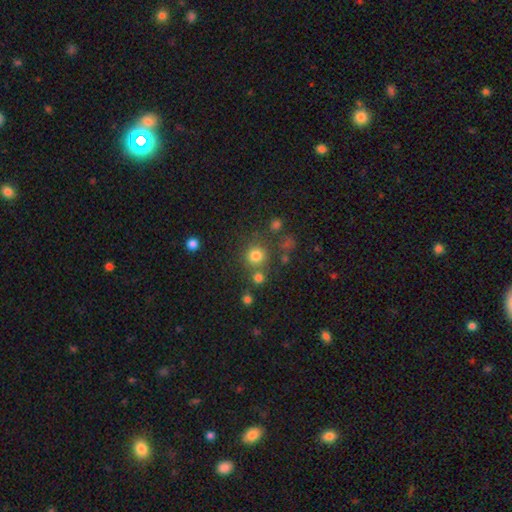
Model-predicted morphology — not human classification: Smooth or featured? Predicted: smooth (p=0.78). How rounded? Predicted: round (p=0.92). Merging? Predicted: none (p=0.72).